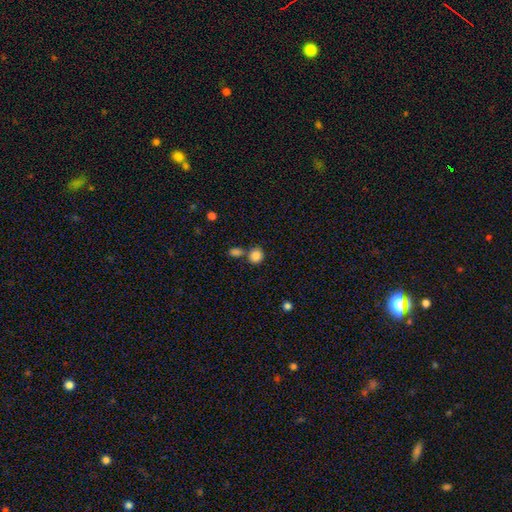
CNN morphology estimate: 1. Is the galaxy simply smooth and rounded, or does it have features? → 85% smooth, 10% star or artifact, 5% featured or disk.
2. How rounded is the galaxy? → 79% round, 20% in between, 1% cigar-shaped.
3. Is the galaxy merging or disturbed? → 62% none, 25% merger, 10% minor disturbance, 3% major disturbance.